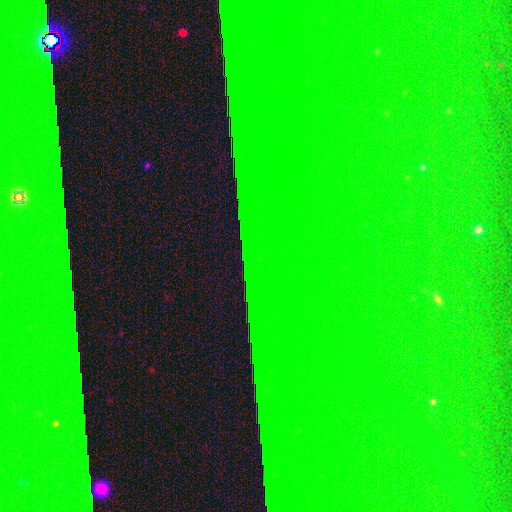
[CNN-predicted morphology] Smooth or featured? star or artifact (84%)